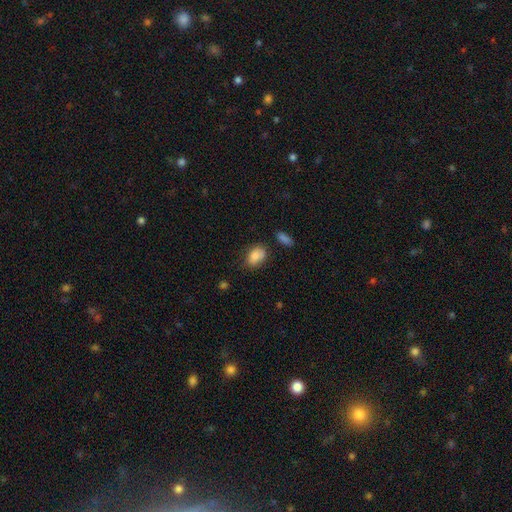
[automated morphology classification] The model was most divided on "merging": none: 62%, minor disturbance: 26%, major disturbance: 6%, merger: 6%. More confident: how rounded — in between (85%); smooth or featured — smooth (82%).